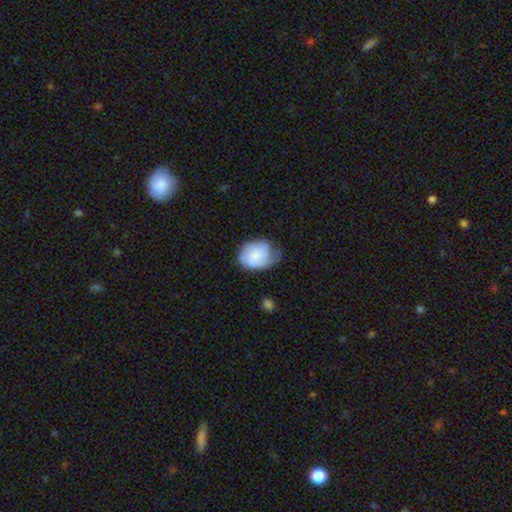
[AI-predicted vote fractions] This is possibly a smooth galaxy (59%). How rounded: possibly in between (58%). Merging: marginally none (41%).